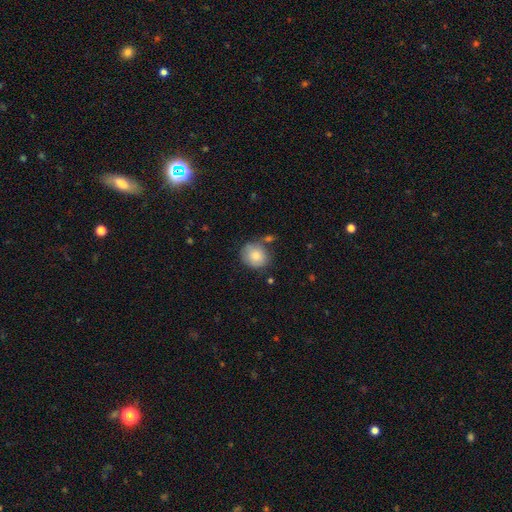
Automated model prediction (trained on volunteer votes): This is clearly a smooth galaxy (82%). How rounded: clearly round (81%). Merging: likely none (68%).